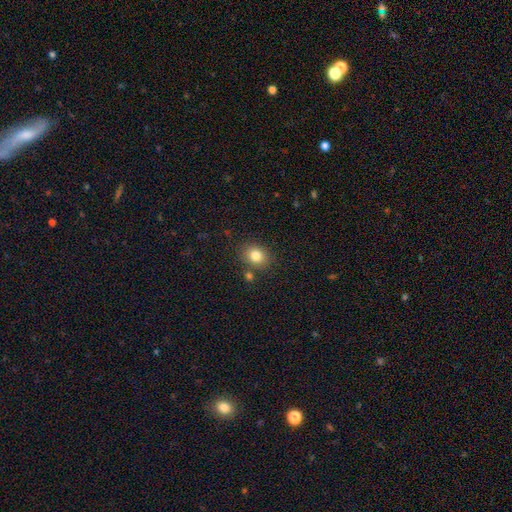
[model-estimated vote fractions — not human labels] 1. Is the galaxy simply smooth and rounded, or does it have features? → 81% smooth, 11% star or artifact, 8% featured or disk.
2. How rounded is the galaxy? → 62% round, 37% in between, 1% cigar-shaped.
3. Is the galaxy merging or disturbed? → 81% none, 10% minor disturbance, 7% merger, 3% major disturbance.